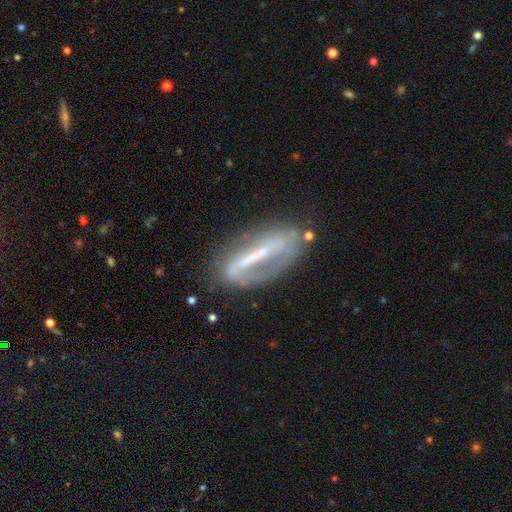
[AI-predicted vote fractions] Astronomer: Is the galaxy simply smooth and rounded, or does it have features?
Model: featured or disk — 69%.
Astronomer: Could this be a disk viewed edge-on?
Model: no — 75%.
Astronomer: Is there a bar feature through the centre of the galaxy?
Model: strong — 68%.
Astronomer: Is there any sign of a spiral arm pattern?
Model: yes — 57% (runner-up: no, 43%).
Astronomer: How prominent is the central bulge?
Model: small — 46% (runner-up: moderate, 27%).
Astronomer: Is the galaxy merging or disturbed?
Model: none — 61%.